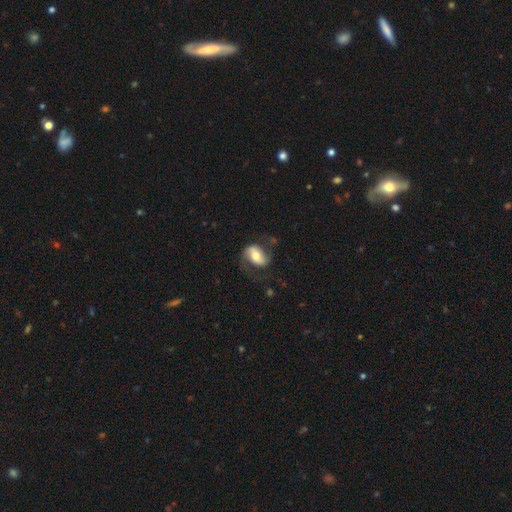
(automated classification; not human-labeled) A featured or disk galaxy (59%) with no bar (36%), spiral arms (84%) and a moderate central bulge (66%). Merging: none (60%).